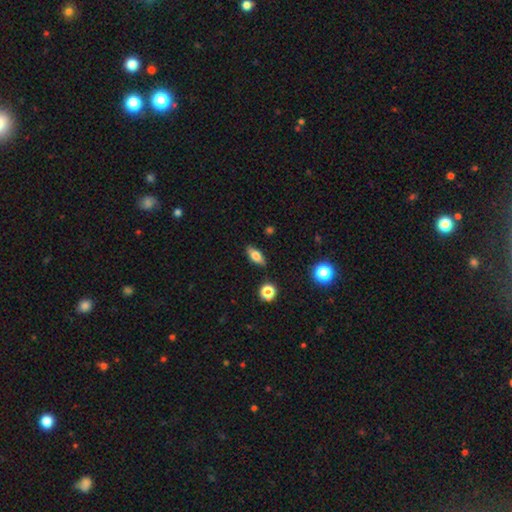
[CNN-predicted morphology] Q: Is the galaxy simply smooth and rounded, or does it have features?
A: smooth — 66%.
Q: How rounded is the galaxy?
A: in between — 77%.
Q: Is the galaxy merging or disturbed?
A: none — 86%.